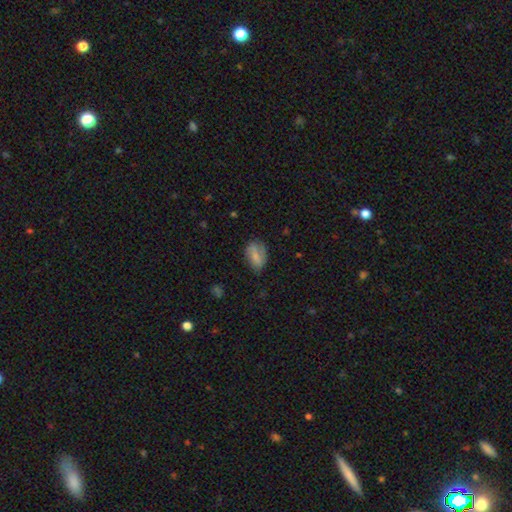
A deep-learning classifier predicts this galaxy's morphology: Smooth or featured?
  - smooth: 72% *
  - featured or disk: 20%
  - star or artifact: 8%
How rounded?
  - in between: 87% *
  - round: 11%
  - cigar-shaped: 3%
Merging?
  - none: 63% *
  - minor disturbance: 27%
  - major disturbance: 8%
  - merger: 2%